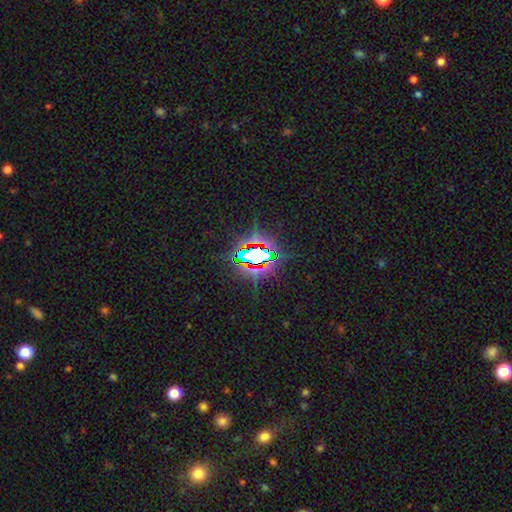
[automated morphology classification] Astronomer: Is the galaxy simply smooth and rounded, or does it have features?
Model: star or artifact — 78%.